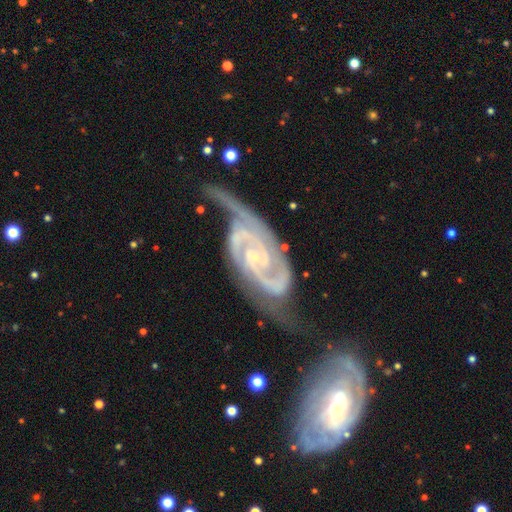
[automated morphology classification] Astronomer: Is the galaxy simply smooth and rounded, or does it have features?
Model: featured or disk — 92%.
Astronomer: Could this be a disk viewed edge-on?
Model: no — 96%.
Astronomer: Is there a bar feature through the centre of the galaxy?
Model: no — 47% (runner-up: weak, 37%).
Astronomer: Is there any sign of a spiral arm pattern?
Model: yes — 98%.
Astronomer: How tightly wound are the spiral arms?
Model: tight — 58% (runner-up: medium, 35%).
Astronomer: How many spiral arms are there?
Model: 2 — 76%.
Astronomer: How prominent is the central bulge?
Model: small — 72%.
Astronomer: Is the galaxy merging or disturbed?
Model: none — 35% (runner-up: merger, 27%).